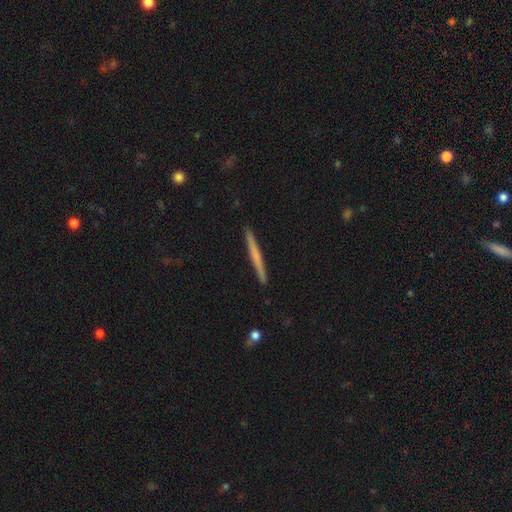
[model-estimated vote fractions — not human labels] smooth-or-featured: smooth: 52% | featured or disk: 43% | star or artifact: 5%
  how-rounded: cigar-shaped: 97% | in between: 2% | round: 1%
  merging: none: 93% | minor disturbance: 5% | major disturbance: 1% | merger: 1%